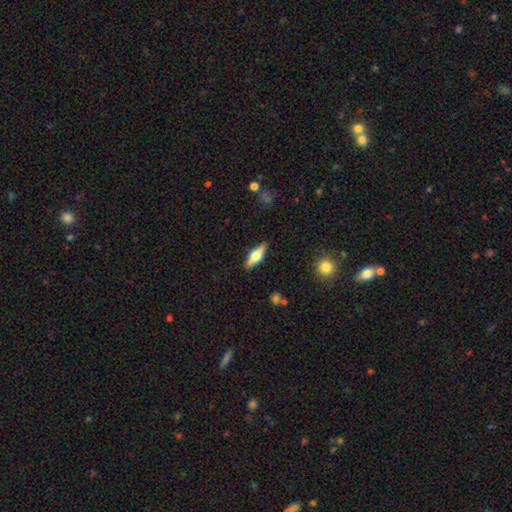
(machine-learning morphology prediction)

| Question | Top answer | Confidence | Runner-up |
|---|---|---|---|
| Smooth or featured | featured or disk | 55% | smooth (39%) |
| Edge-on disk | yes | 94% | no (6%) |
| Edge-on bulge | rounded | 93% | boxy (6%) |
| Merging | none | 88% | minor disturbance (8%) |